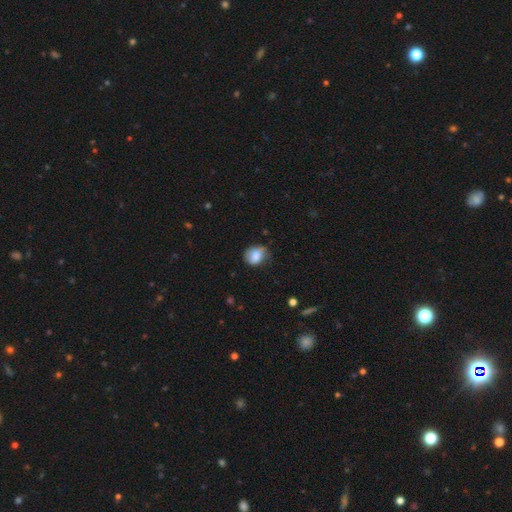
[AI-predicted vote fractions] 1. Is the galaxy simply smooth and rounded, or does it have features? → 75% smooth, 17% featured or disk, 8% star or artifact.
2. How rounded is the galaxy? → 58% round, 41% in between, 1% cigar-shaped.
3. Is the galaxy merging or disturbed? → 53% none, 33% minor disturbance, 11% major disturbance, 2% merger.